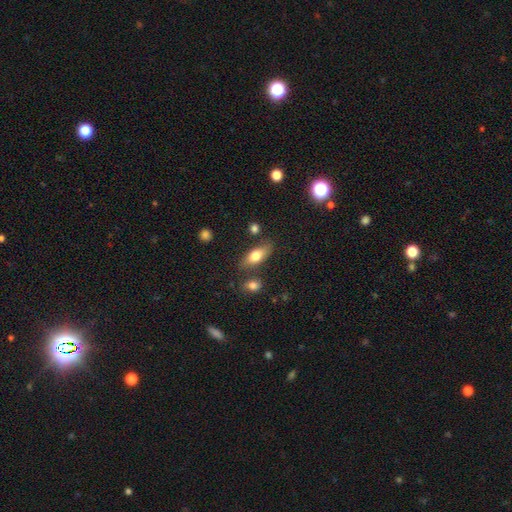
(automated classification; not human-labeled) The model was most divided on "smooth or featured": smooth: 72%, featured or disk: 21%, star or artifact: 7%. More confident: how rounded — in between (78%); merging — none (74%).